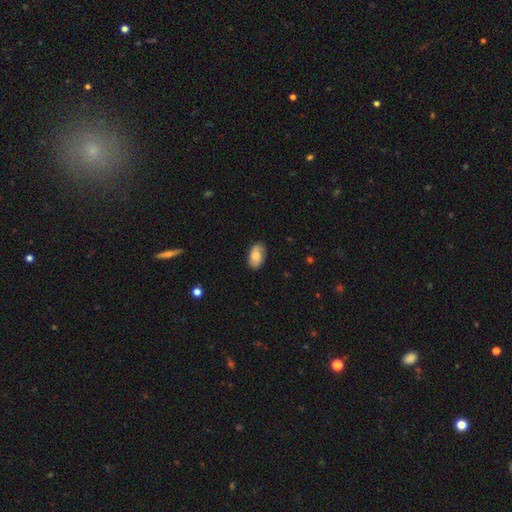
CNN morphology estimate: Smooth or featured? Predicted: smooth (p=0.69). How rounded? Predicted: in between (p=0.92). Merging? Predicted: none (p=0.80).